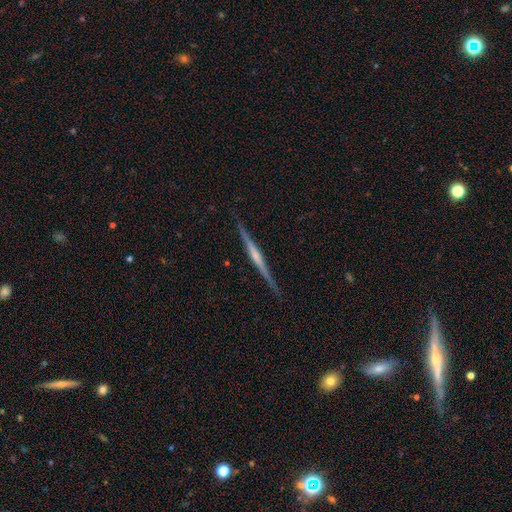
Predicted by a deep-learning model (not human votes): Q: Smooth or featured?
A: featured or disk (76%); runner-up: smooth (19%)
Q: Edge-on disk?
A: yes (98%); runner-up: no (2%)
Q: Edge-on bulge?
A: rounded (47%); runner-up: none (39%)
Q: Merging?
A: none (89%); runner-up: minor disturbance (9%)